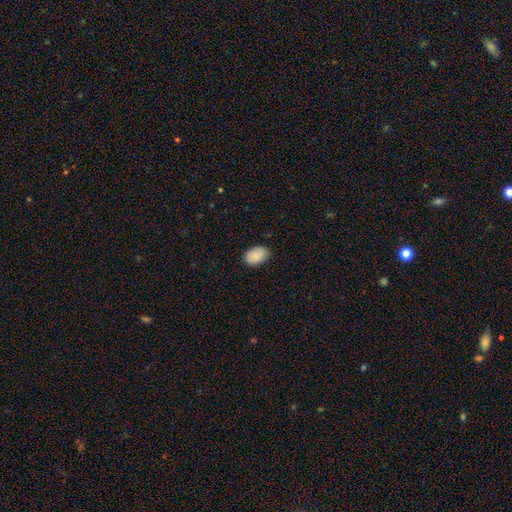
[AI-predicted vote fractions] Smooth or featured? Predicted: smooth (p=0.89). How rounded? Predicted: in between (p=0.86). Merging? Predicted: none (p=0.78).